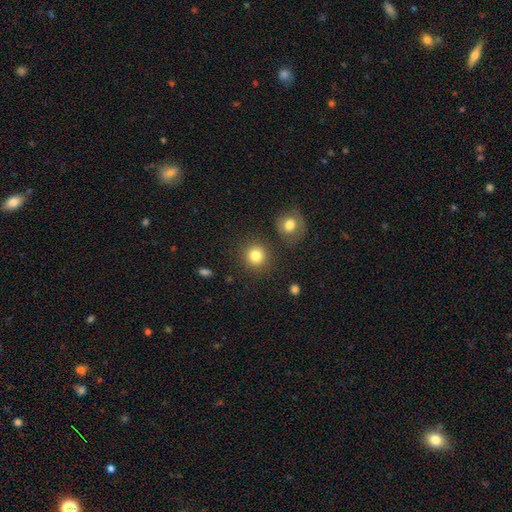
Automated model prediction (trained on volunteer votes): Smooth or featured?
  - smooth: 83% *
  - star or artifact: 11%
  - featured or disk: 6%
How rounded?
  - round: 91% *
  - in between: 8%
  - cigar-shaped: 1%
Merging?
  - none: 85% *
  - minor disturbance: 7%
  - merger: 5%
  - major disturbance: 3%